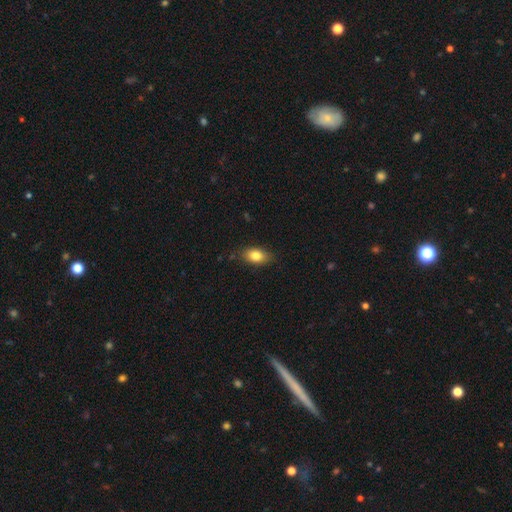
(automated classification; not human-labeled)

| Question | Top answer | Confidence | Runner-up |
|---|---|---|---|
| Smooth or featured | smooth | 81% | featured or disk (10%) |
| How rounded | in between | 85% | round (11%) |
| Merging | none | 83% | minor disturbance (13%) |